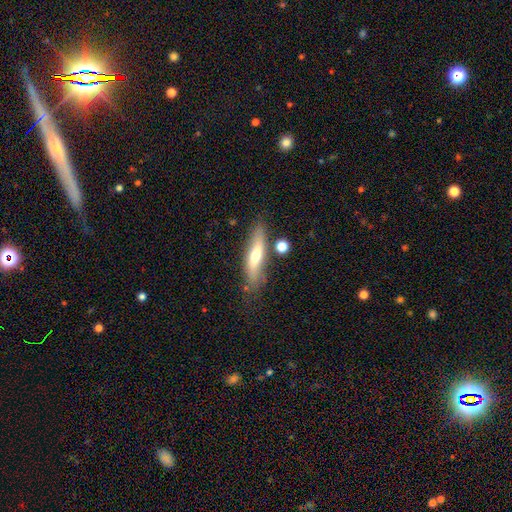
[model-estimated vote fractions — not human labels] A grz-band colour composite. It shows a smooth galaxy with no disk features (52%) that is cigar-shaped (73%). Merging: none (73%).